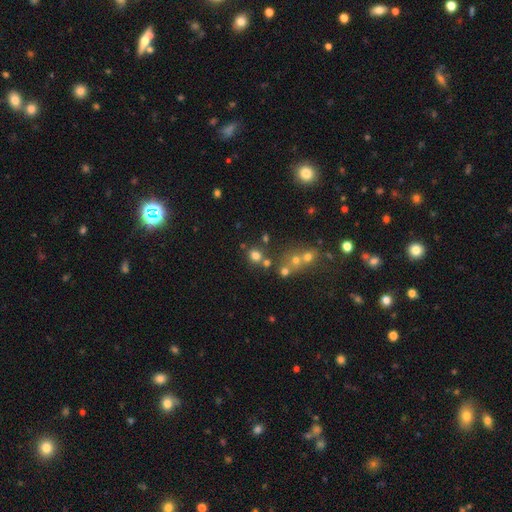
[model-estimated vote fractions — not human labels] Smooth or featured: smooth — 72% (star or artifact — 18%)
How rounded: round — 79% (in between — 20%)
Merging: none — 68% (merger — 19%)